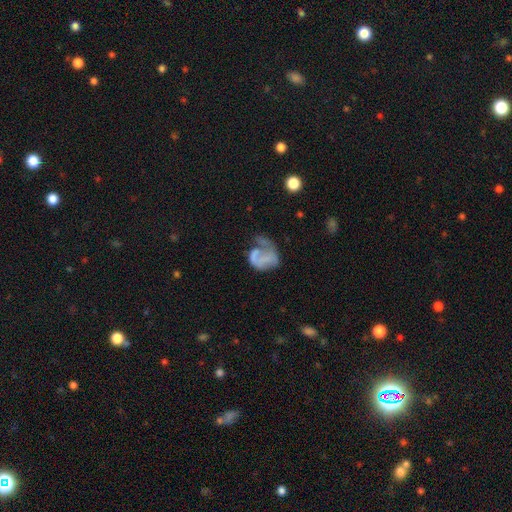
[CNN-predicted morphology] Smooth or featured?
  - featured or disk: 49% *
  - smooth: 38%
  - star or artifact: 13%
Merging?
  - major disturbance: 43% *
  - none: 28%
  - minor disturbance: 21%
  - merger: 8%